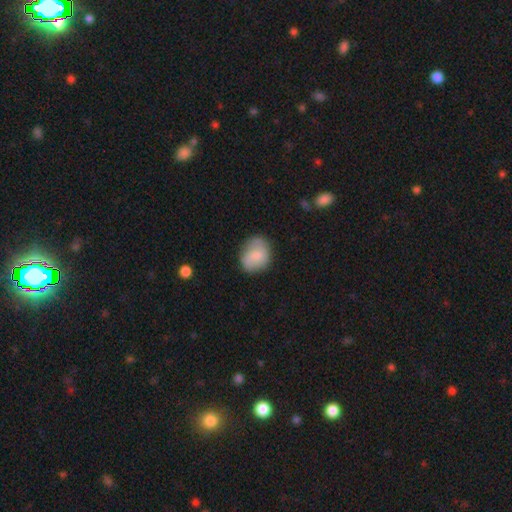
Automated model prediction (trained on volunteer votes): Morphology: type=smooth (72%); roundness=round (57%); merging=none (72%).